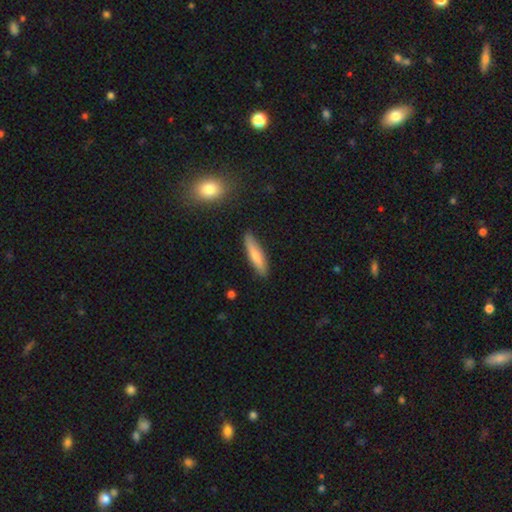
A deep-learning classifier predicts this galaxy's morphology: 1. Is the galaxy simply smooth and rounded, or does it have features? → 72% smooth, 22% featured or disk, 6% star or artifact.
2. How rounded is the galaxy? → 80% cigar-shaped, 19% in between, 2% round.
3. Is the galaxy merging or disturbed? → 86% none, 10% minor disturbance, 2% major disturbance, 2% merger.